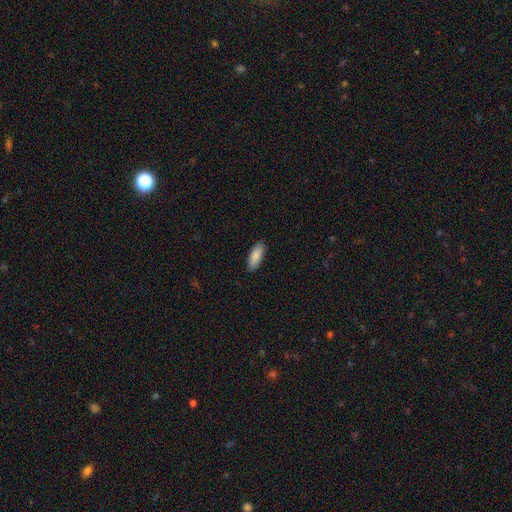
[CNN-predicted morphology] smooth 88%, featured or disk 7%, star or artifact 6%. Down the decision tree: how rounded — in between (75%); merging — none (88%).